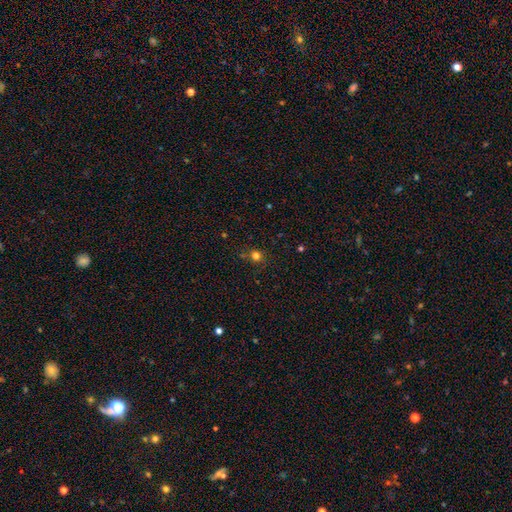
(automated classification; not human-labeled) Smooth or featured? smooth (74%)
How rounded? round (88%)
Merging? none (80%)